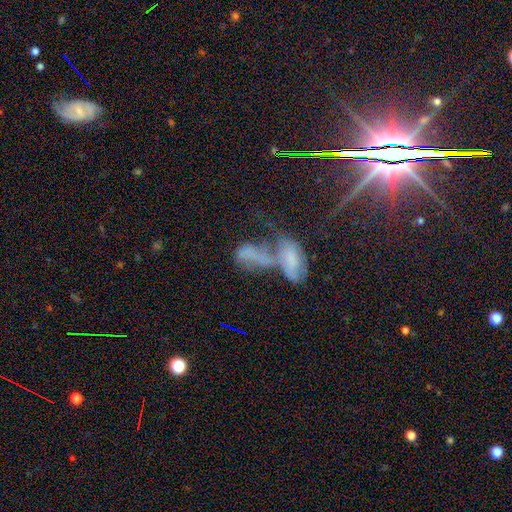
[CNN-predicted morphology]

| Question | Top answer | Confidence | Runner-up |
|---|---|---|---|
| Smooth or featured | smooth | 40% | featured or disk (36%) |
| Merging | merger | 72% | major disturbance (12%) |